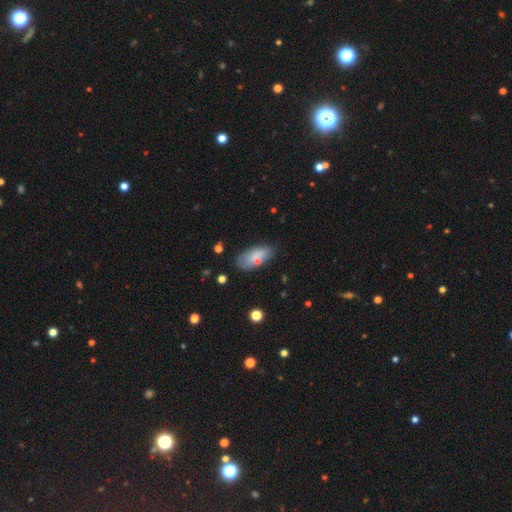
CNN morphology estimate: Overall: smooth (72%). How rounded: in between (88%). Merging: none (65%).